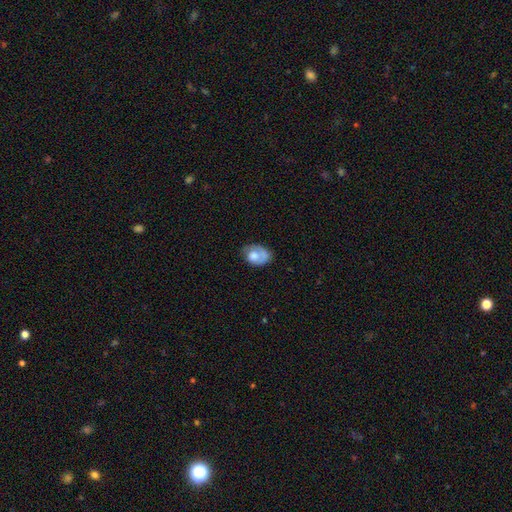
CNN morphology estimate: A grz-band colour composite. It shows a smooth galaxy with no disk features (66%) that is in between round and cigar-shaped (70%). Merging: none (43%).